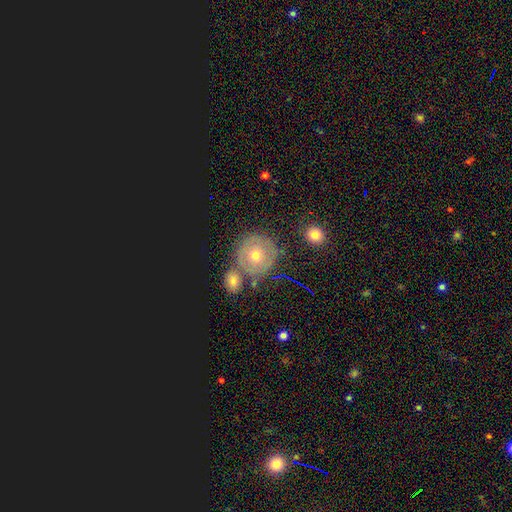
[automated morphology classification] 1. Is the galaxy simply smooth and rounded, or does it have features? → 48% smooth, 38% featured or disk, 14% star or artifact.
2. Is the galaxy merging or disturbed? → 69% none, 13% merger, 13% minor disturbance, 5% major disturbance.